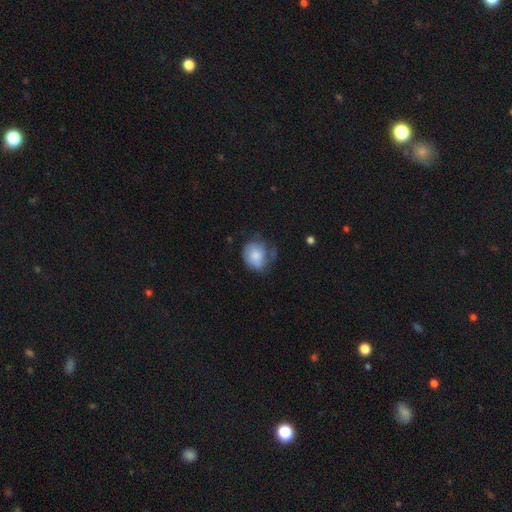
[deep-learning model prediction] Smooth or featured? Predicted: smooth (p=0.71). How rounded? Predicted: round (p=0.55). Merging? Predicted: none (p=0.43).